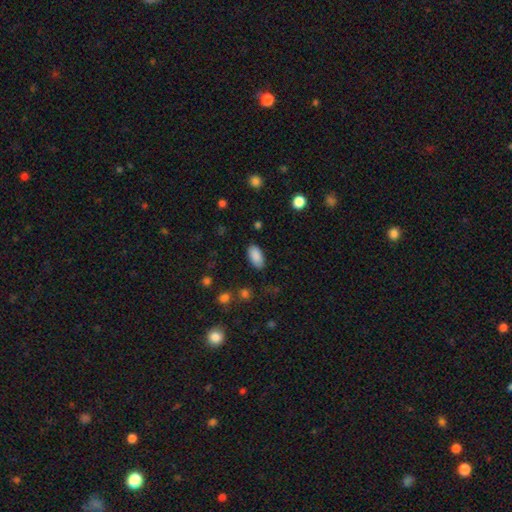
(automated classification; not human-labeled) This appears to be a smooth galaxy with no disk features (88%) that is in between round and cigar-shaped (94%). Merging: none (83%).